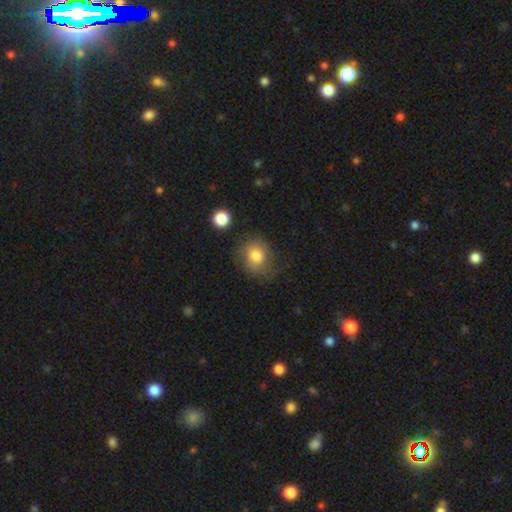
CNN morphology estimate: smooth-or-featured: smooth: 77% | featured or disk: 13% | star or artifact: 10%
  how-rounded: round: 72% | in between: 27% | cigar-shaped: 1%
  merging: none: 62% | minor disturbance: 24% | major disturbance: 11% | merger: 3%